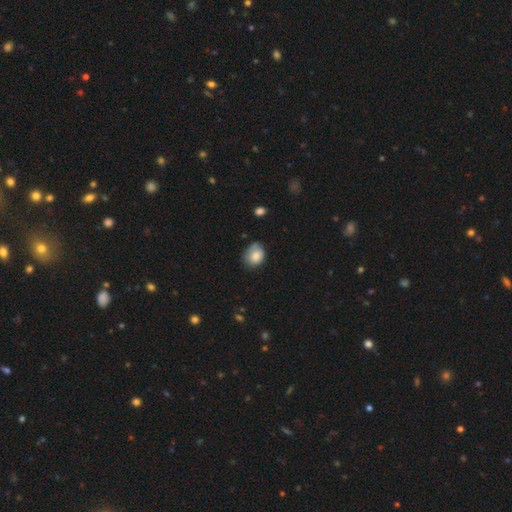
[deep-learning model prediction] Smooth or featured?
  - smooth: 78% *
  - featured or disk: 13%
  - star or artifact: 8%
How rounded?
  - round: 52% *
  - in between: 47%
  - cigar-shaped: 1%
Merging?
  - none: 52% *
  - minor disturbance: 35%
  - major disturbance: 10%
  - merger: 3%